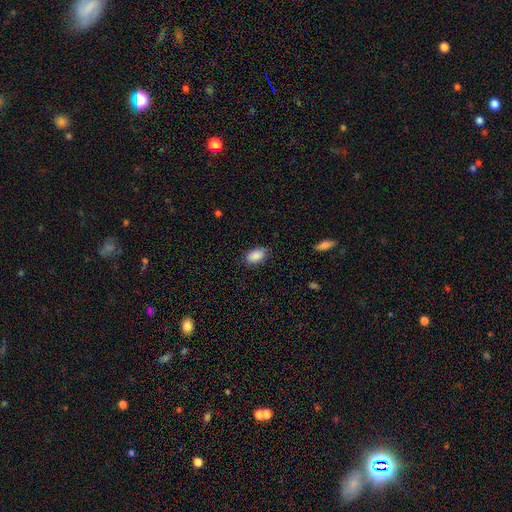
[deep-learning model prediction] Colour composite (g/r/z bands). It shows a smooth galaxy with no disk features (89%) that is in between round and cigar-shaped (92%). Merging: none (82%).